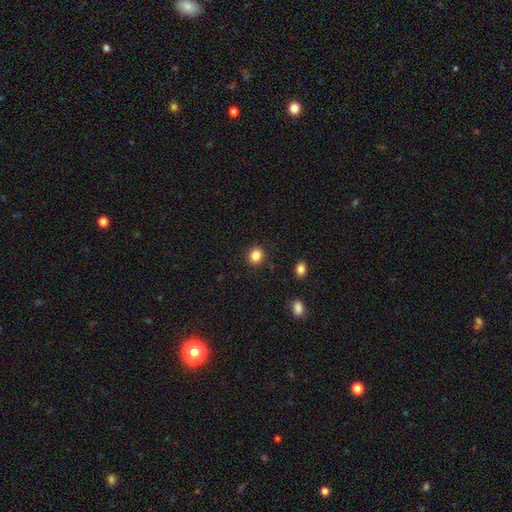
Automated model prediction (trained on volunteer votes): Q: Smooth or featured?
A: smooth (85%); runner-up: star or artifact (11%)
Q: How rounded?
A: round (80%); runner-up: in between (19%)
Q: Merging?
A: none (89%); runner-up: minor disturbance (7%)